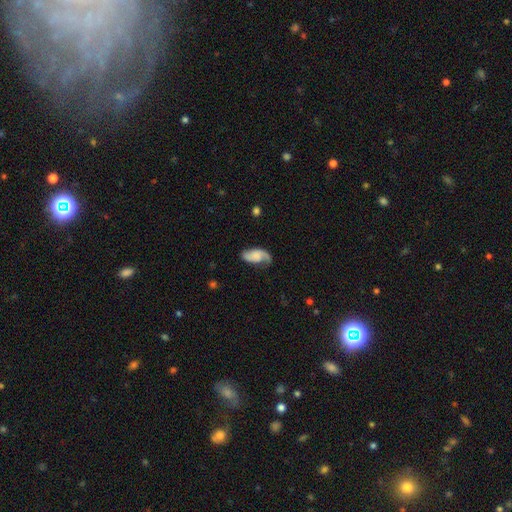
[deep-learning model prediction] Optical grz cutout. It shows a featured or disk galaxy (59%) with no bar (65%), 2 (66%) loose (48%) spiral arms (92%) and no central bulge (45%). Merging: none (56%).